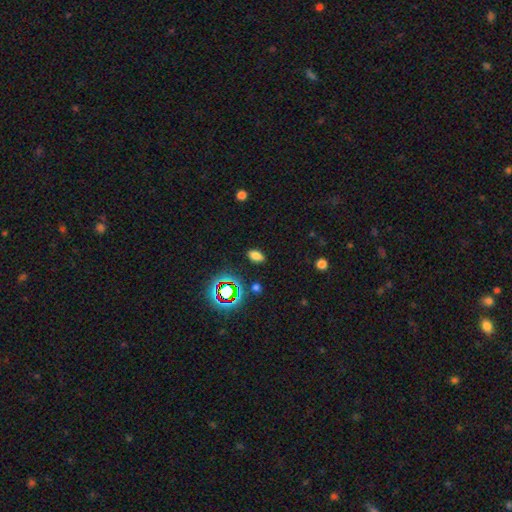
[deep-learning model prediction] Smooth or featured?
  - smooth: 71% *
  - star or artifact: 22%
  - featured or disk: 7%
How rounded?
  - in between: 88% *
  - round: 10%
  - cigar-shaped: 3%
Merging?
  - none: 87% *
  - minor disturbance: 9%
  - major disturbance: 3%
  - merger: 2%